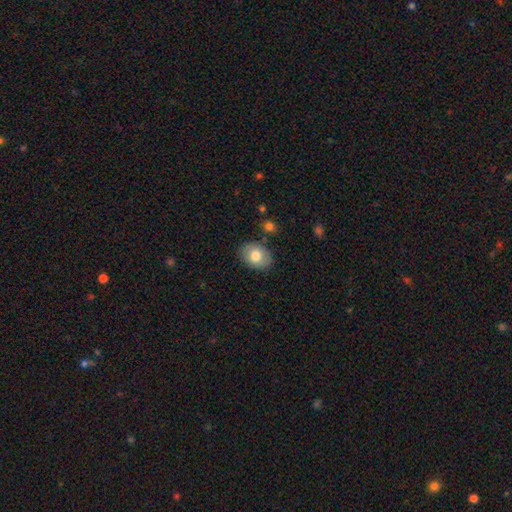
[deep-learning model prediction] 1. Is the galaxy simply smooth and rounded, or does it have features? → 75% smooth, 18% featured or disk, 7% star or artifact.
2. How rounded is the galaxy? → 72% in between, 28% round, 1% cigar-shaped.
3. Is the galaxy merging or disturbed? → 82% none, 13% minor disturbance, 3% major disturbance, 3% merger.